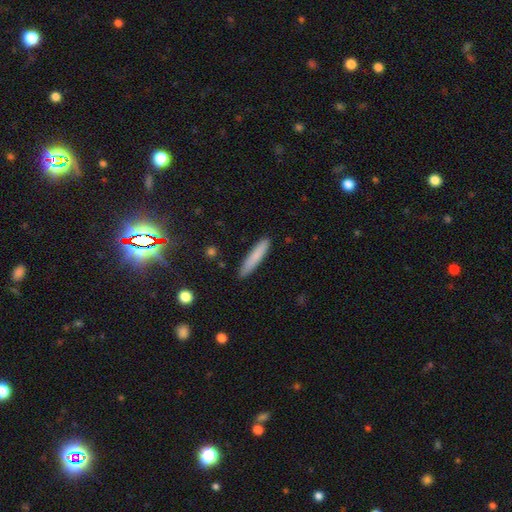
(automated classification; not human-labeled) A smooth galaxy with no disk features (80%) that is cigar-shaped (92%).

Vote fractions:
- Smooth or featured? smooth: 80% / featured or disk: 13% / star or artifact: 7%
- How rounded? cigar-shaped: 92% / in between: 7% / round: 1%
- Merging? none: 88% / minor disturbance: 9% / major disturbance: 2% / merger: 1%